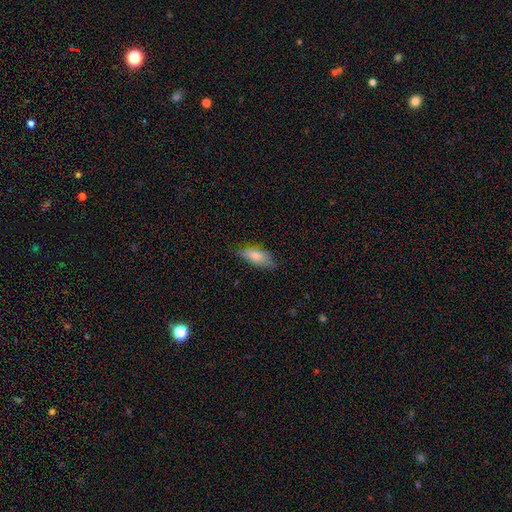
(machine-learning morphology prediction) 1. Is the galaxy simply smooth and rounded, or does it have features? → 79% smooth, 15% featured or disk, 6% star or artifact.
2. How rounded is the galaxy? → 83% in between, 14% cigar-shaped, 2% round.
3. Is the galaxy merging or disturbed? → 70% none, 24% minor disturbance, 5% major disturbance, 1% merger.